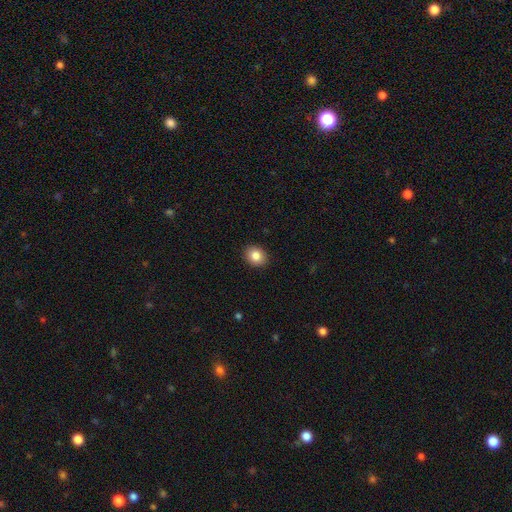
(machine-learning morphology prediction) Overall: smooth (85%). How rounded: round (58%; in between 42%). Merging: none (91%).